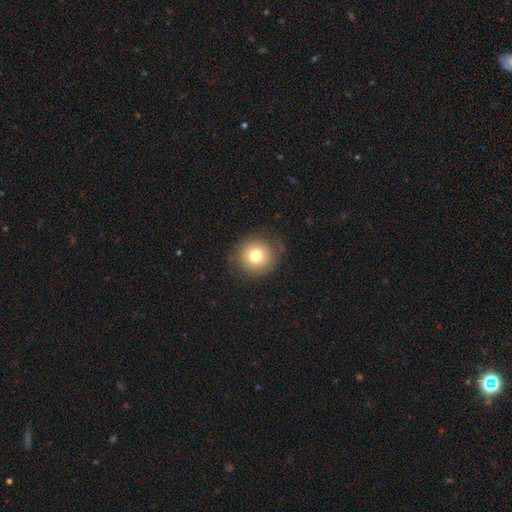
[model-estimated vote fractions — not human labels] This appears to be a smooth galaxy with no disk features (75%) that is round (93%). Merging: none (82%).